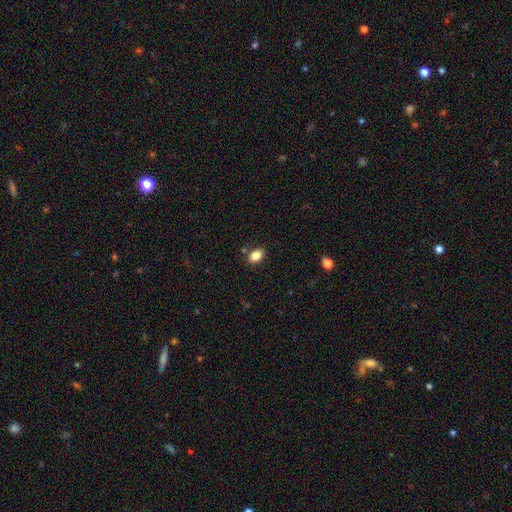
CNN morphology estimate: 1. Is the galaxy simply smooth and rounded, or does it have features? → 85% smooth, 9% star or artifact, 6% featured or disk.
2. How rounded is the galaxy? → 85% in between, 14% round, 1% cigar-shaped.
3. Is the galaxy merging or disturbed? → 82% none, 12% minor disturbance, 4% merger, 3% major disturbance.